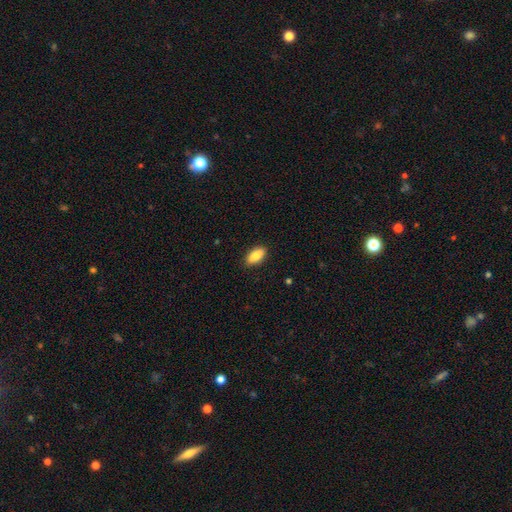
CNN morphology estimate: smooth 86%, featured or disk 8%, star or artifact 6%. Down the decision tree: how rounded — in between (89%); merging — none (88%).